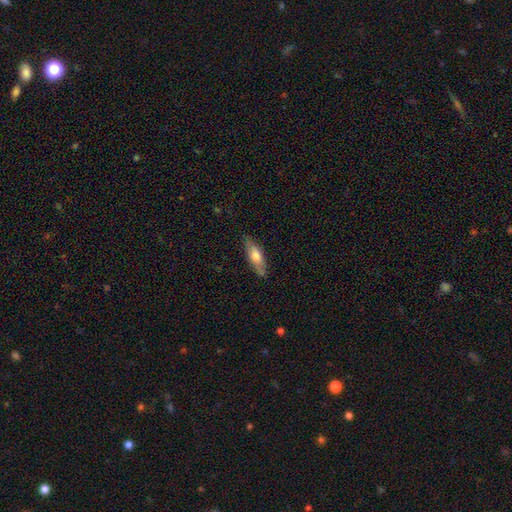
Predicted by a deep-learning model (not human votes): Smooth or featured? smooth (58%)
How rounded? cigar-shaped (50%)
Merging? none (81%)